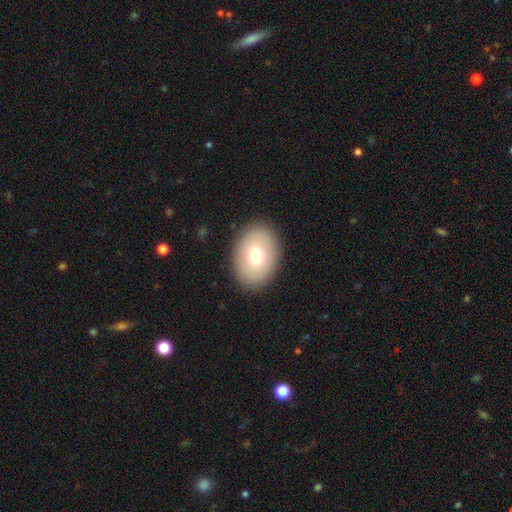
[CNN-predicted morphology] Smooth or featured? Predicted: smooth (p=0.73). How rounded? Predicted: in between (p=0.75). Merging? Predicted: none (p=0.89).